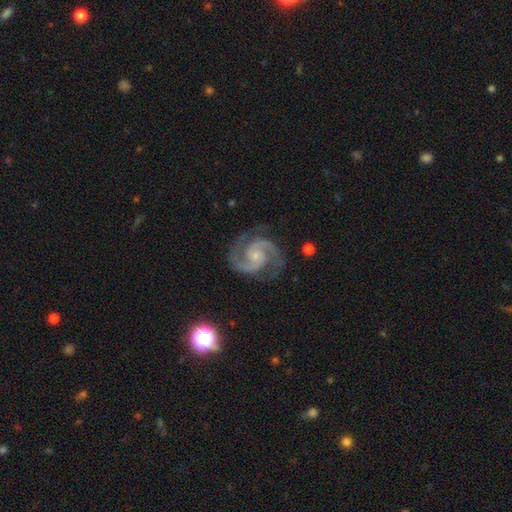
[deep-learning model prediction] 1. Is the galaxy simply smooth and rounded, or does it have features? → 94% featured or disk, 4% star or artifact, 2% smooth.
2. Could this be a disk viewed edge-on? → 99% no, 1% yes.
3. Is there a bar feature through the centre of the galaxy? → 64% no, 29% weak, 7% strong.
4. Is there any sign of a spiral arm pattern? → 99% yes, 1% no.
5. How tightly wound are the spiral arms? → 62% medium, 30% tight, 8% loose.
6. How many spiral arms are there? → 94% 2, 2% 3, 1% can't tell, 1% 1, 1% 4, 1% more than 4.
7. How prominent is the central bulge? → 68% small, 20% moderate, 10% none, 1% large, 1% dominant.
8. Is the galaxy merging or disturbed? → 81% none, 13% minor disturbance, 4% major disturbance, 1% merger.